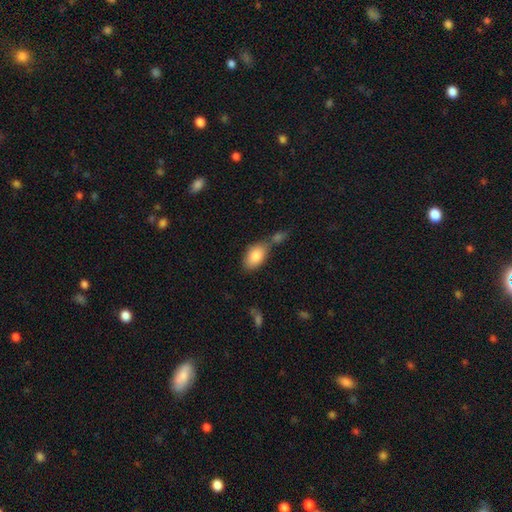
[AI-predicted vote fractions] This is clearly a smooth galaxy (85%). How rounded: clearly in between (92%). Merging: possibly none (49%).